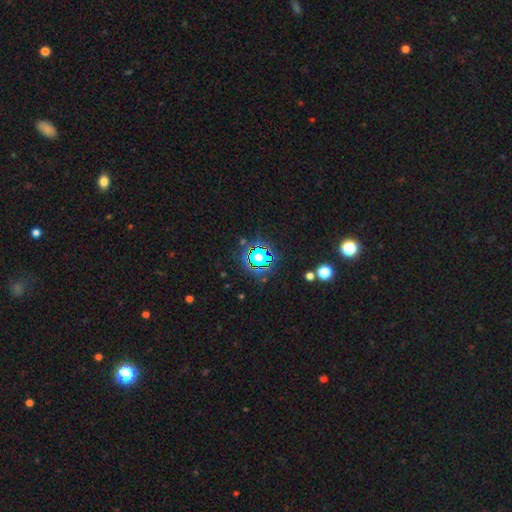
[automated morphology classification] Smooth or featured? star or artifact (57%)